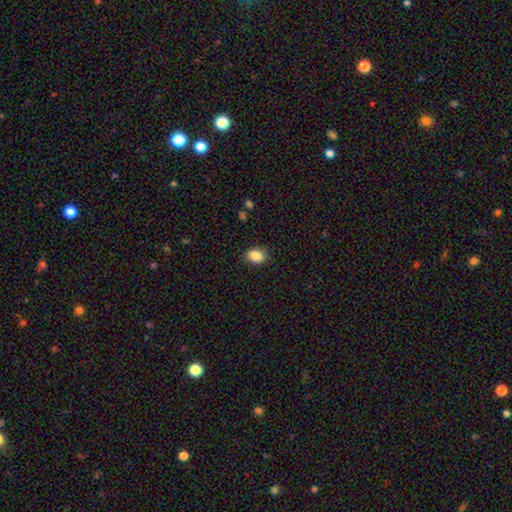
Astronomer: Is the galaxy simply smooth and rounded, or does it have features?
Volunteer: smooth — 90%.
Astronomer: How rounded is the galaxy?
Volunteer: in between — 57% (runner-up: round, 43%).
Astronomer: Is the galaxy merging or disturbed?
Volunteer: none — 83%.